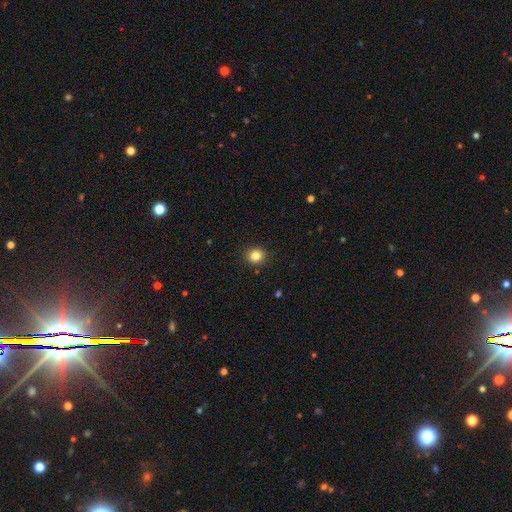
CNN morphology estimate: smooth_or_featured: smooth (p=0.83) [alt: star or artifact p=0.11]
how_rounded: round (p=0.80) [alt: in between p=0.19]
merging: none (p=0.90) [alt: minor disturbance p=0.07]